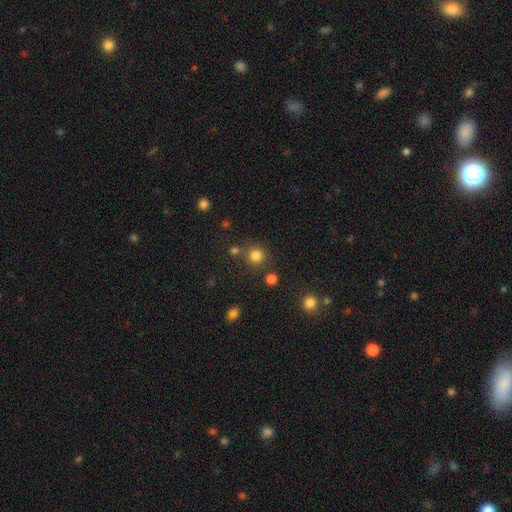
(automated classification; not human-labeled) A smooth galaxy with no disk features (80%) that is round (93%).

Vote fractions:
- Smooth or featured? smooth: 80% / star or artifact: 15% / featured or disk: 5%
- How rounded? round: 93% / in between: 6% / cigar-shaped: 1%
- Merging? none: 79% / merger: 10% / minor disturbance: 8% / major disturbance: 3%